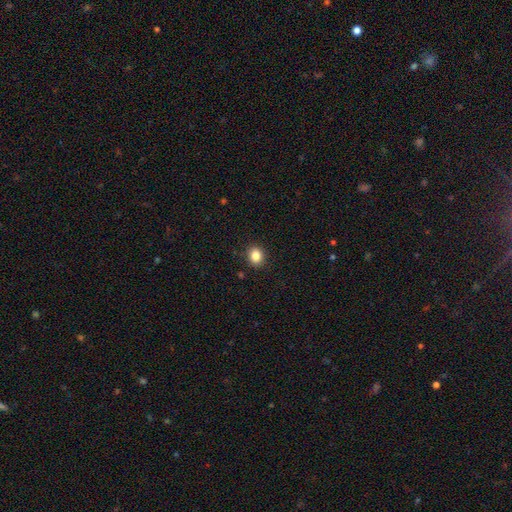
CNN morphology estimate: A smooth galaxy with no disk features (85%) that is round (65%).

Vote fractions:
- Smooth or featured? smooth: 85% / star or artifact: 10% / featured or disk: 5%
- How rounded? round: 65% / in between: 34% / cigar-shaped: 1%
- Merging? none: 90% / minor disturbance: 7% / major disturbance: 2% / merger: 1%